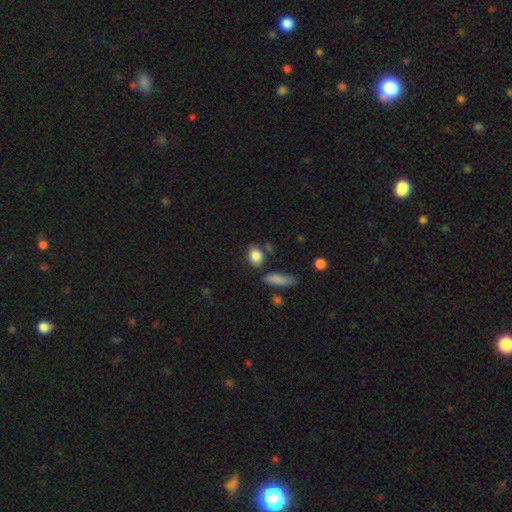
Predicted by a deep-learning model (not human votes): Smooth or featured? Predicted: smooth (p=0.86). How rounded? Predicted: in between (p=0.57). Merging? Predicted: none (p=0.75).